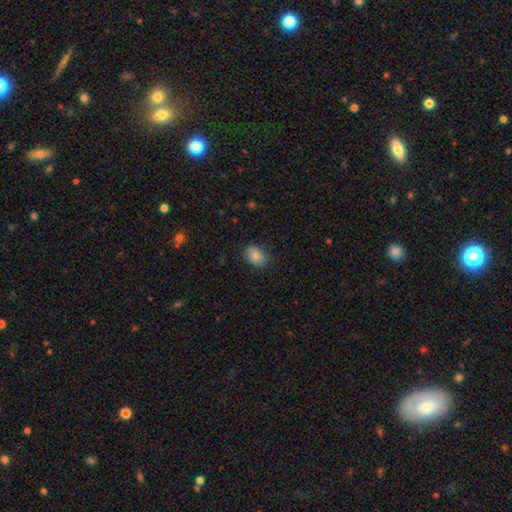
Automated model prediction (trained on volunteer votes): This is clearly a smooth galaxy (85%). How rounded: likely in between (75%). Merging: likely none (78%).